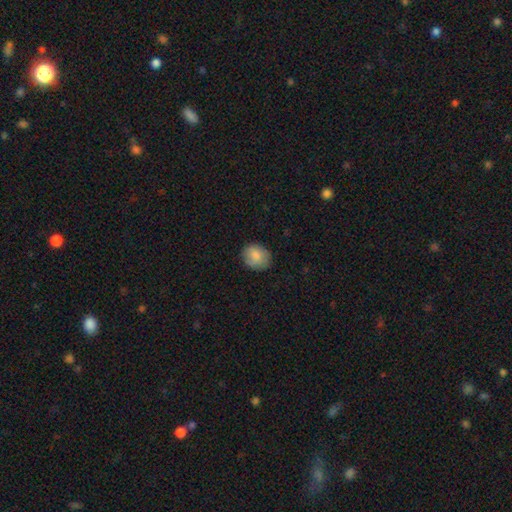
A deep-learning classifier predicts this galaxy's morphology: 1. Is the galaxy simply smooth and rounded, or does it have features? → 84% smooth, 9% featured or disk, 7% star or artifact.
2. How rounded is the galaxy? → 69% round, 30% in between, 1% cigar-shaped.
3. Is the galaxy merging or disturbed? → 81% none, 15% minor disturbance, 3% major disturbance, 1% merger.